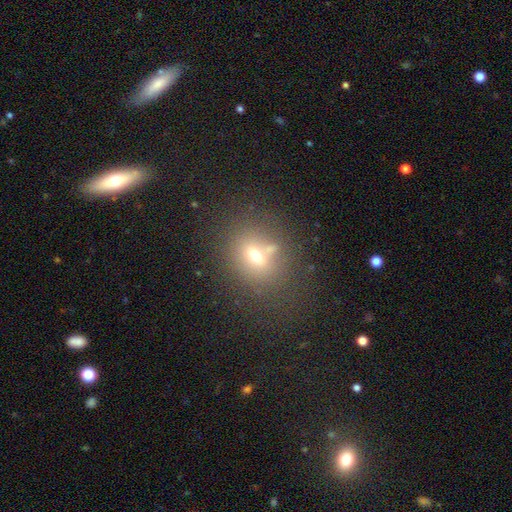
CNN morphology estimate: A smooth galaxy with no disk features (61%) that is round (57%).

Vote fractions:
- Smooth or featured? smooth: 61% / featured or disk: 20% / star or artifact: 19%
- How rounded? round: 57% / in between: 41% / cigar-shaped: 2%
- Merging? none: 64% / merger: 15% / minor disturbance: 14% / major disturbance: 7%